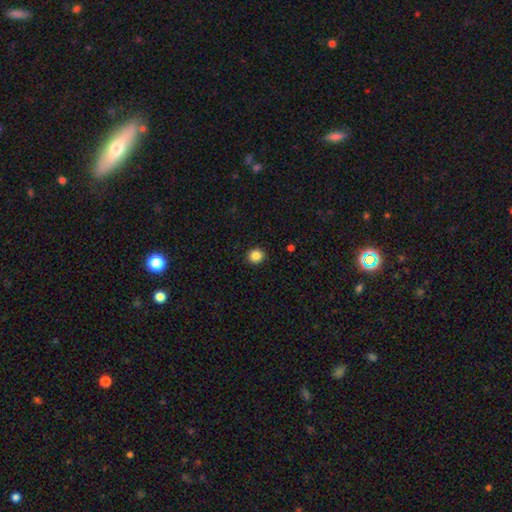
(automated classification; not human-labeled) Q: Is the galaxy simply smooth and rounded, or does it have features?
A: smooth — 86%.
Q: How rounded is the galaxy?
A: round — 85%.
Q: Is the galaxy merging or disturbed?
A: none — 92%.